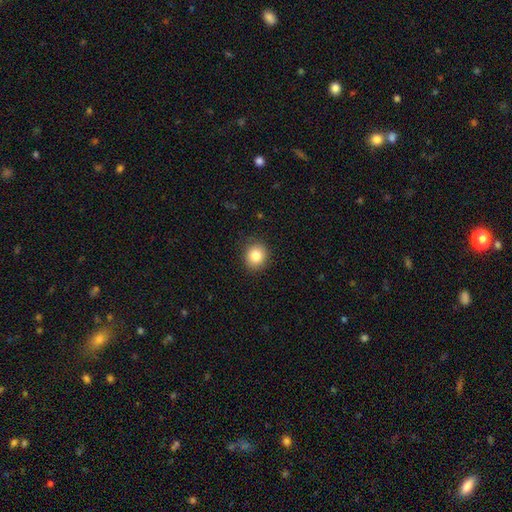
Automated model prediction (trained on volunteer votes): This appears to be a smooth galaxy with no disk features (84%) that is round (85%). Merging: none (89%).